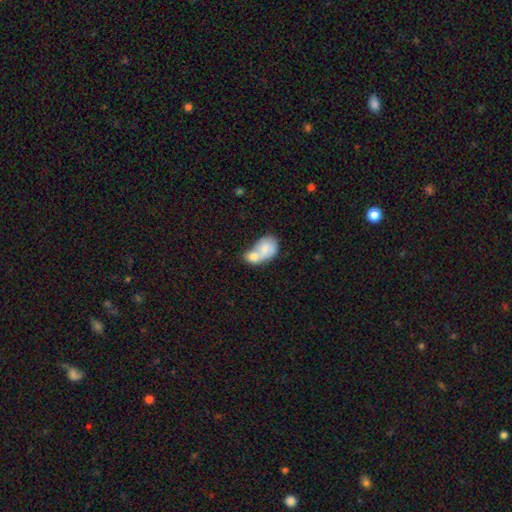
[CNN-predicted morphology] The model was most divided on "smooth or featured": smooth: 72%, featured or disk: 21%, star or artifact: 7%. More confident: how rounded — in between (77%); merging — merger (71%).